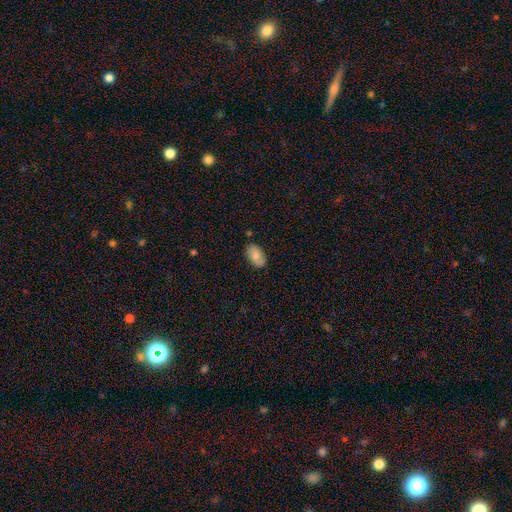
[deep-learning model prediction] smooth 75%, featured or disk 18%, star or artifact 7%. Down the decision tree: how rounded — in between (92%); merging — none (81%).